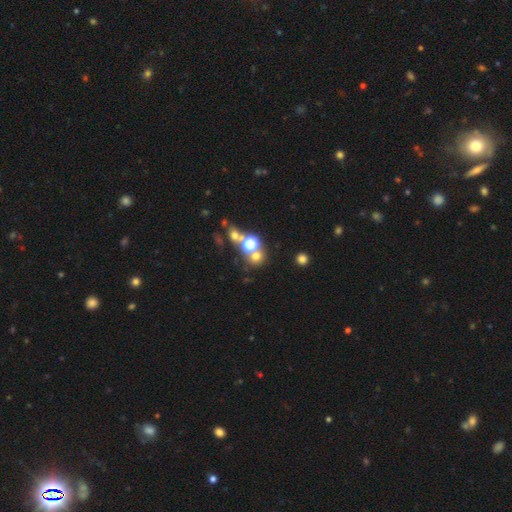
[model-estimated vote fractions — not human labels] Q: Smooth or featured?
A: smooth (59%); runner-up: star or artifact (29%)
Q: How rounded?
A: round (85%); runner-up: in between (14%)
Q: Merging?
A: none (60%); runner-up: merger (27%)